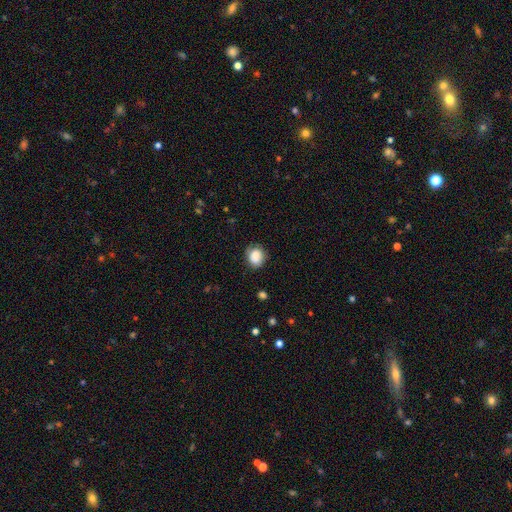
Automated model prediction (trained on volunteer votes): This appears to be a smooth galaxy with no disk features (85%) that is round (68%). Merging: none (73%).